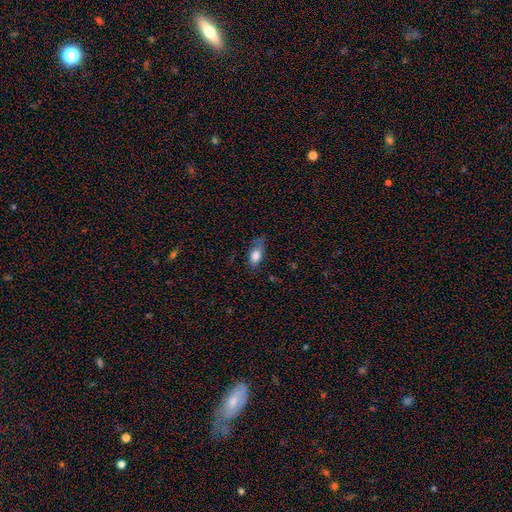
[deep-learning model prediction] This appears to be a smooth galaxy with no disk features (78%) that is in between round and cigar-shaped (84%). Merging: none (56%).